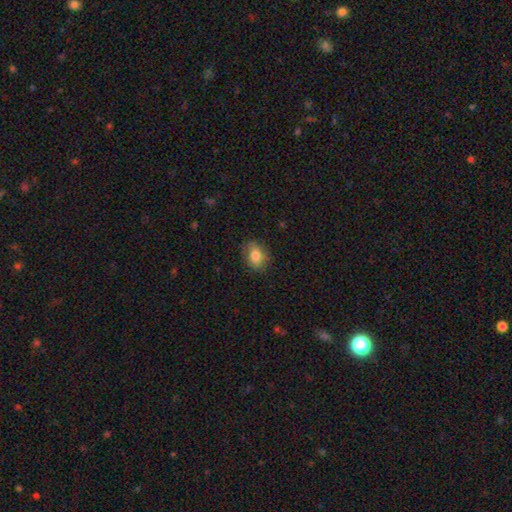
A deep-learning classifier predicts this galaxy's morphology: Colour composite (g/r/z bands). It shows a smooth galaxy with no disk features (75%) that is in between round and cigar-shaped (64%). Merging: none (77%).